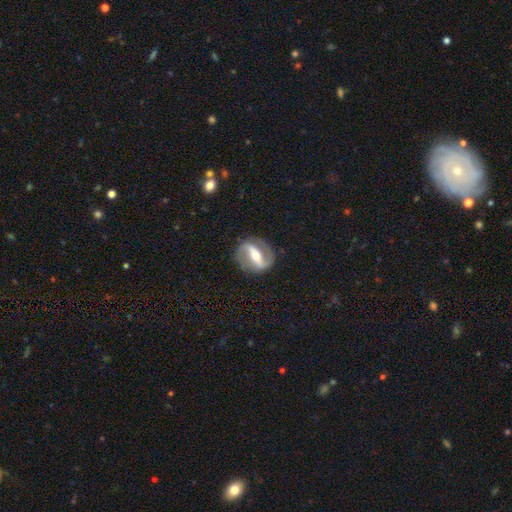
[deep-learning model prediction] Smooth or featured: featured or disk — 85% (smooth — 11%)
Edge-on disk: no — 92% (yes — 8%)
Bar: strong — 71% (weak — 20%)
Spiral arms: yes — 86% (no — 14%)
Spiral winding: medium — 45% (loose — 29%)
Spiral arm count: 2 — 90% (can't tell — 4%)
Bulge size: moderate — 61% (small — 30%)
Merging: none — 84% (minor disturbance — 10%)